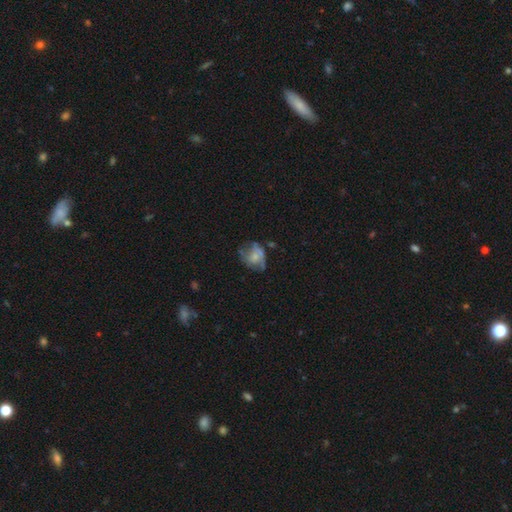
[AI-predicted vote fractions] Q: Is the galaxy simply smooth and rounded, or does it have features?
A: featured or disk — 50%.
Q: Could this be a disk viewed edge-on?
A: no — 97%.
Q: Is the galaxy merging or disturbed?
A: none — 43%.